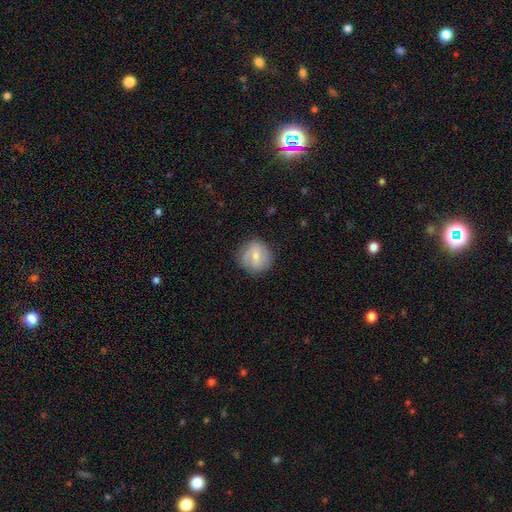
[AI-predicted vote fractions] This appears to be a smooth galaxy with no disk features (60%) that is round (90%). Merging: none (81%).